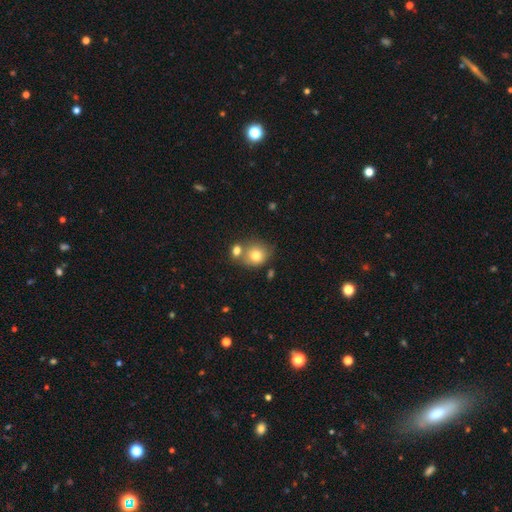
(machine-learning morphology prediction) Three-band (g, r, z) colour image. It shows a smooth galaxy with no disk features (78%) that is round (75%). Merging: none (53%).